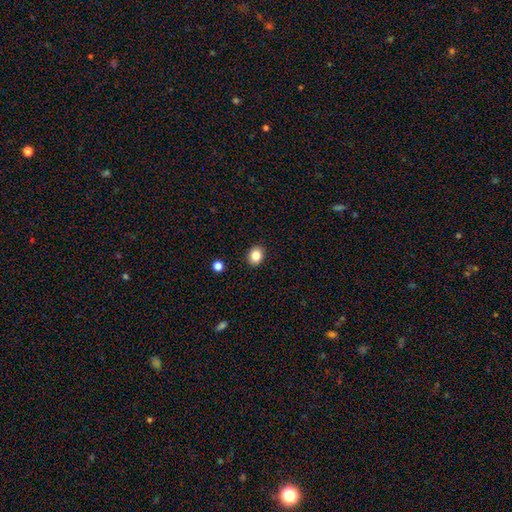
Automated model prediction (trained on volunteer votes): This is clearly a smooth galaxy (84%). How rounded: possibly round (56%). Merging: clearly none (91%).